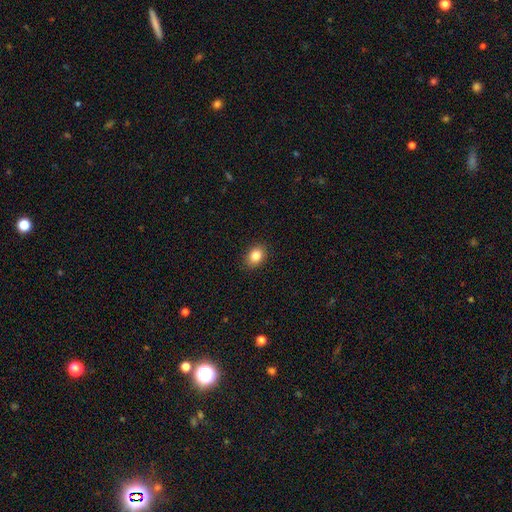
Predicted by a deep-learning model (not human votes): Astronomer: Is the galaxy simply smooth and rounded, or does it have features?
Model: smooth — 85%.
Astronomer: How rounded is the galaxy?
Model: in between — 62% (runner-up: round, 37%).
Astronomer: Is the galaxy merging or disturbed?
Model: none — 90%.